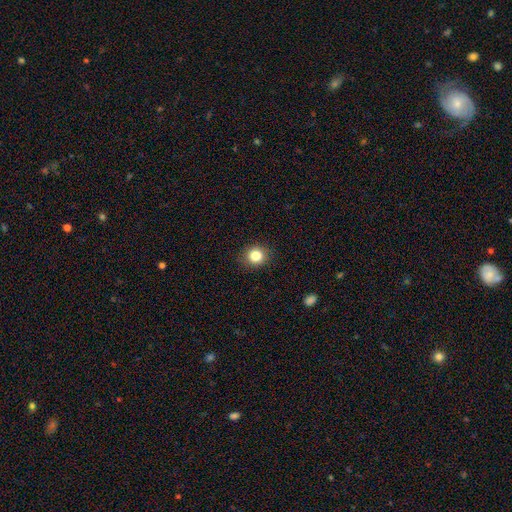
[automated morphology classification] type=smooth (83%); roundness=round (81%); merging=none (89%).